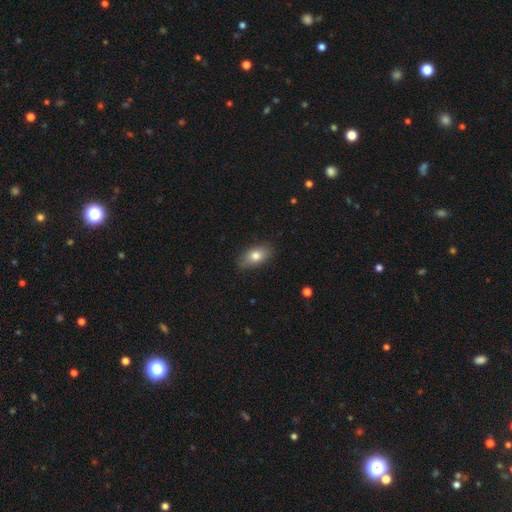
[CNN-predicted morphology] Smooth or featured: smooth — 79% (featured or disk — 14%)
How rounded: in between — 88% (round — 8%)
Merging: none — 82% (minor disturbance — 14%)